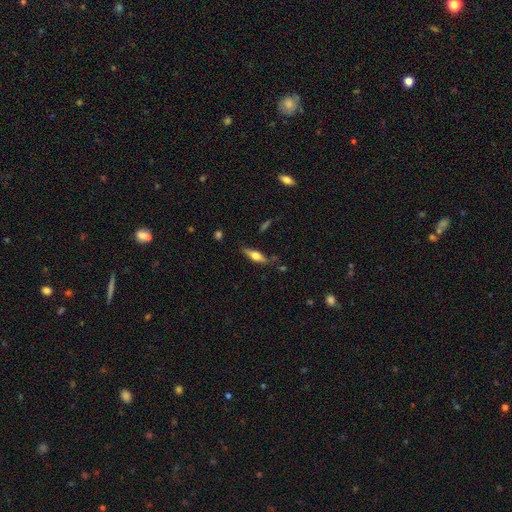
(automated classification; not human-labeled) Overall: featured or disk (47%; smooth 46%). Merging: none (76%).